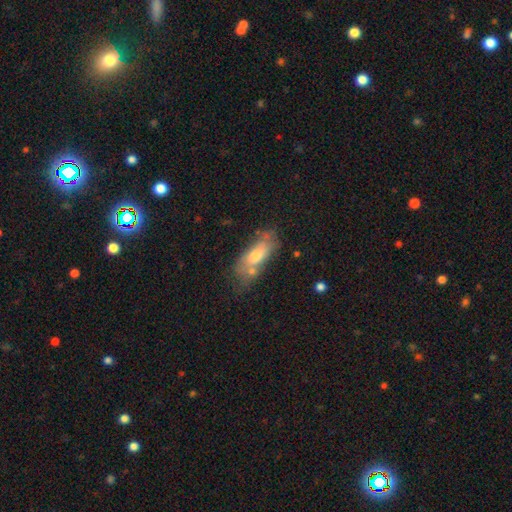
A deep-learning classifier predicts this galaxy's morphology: Overall: smooth (63%; featured or disk 30%). How rounded: in between (73%). Merging: none (50%; minor disturbance 25%).